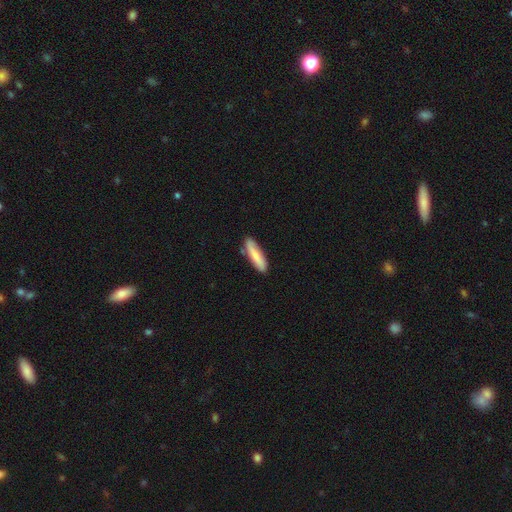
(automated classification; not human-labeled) A smooth galaxy with no disk features (76%) that is cigar-shaped (70%).

Vote fractions:
- Smooth or featured? smooth: 76% / featured or disk: 19% / star or artifact: 5%
- How rounded? cigar-shaped: 70% / in between: 28% / round: 1%
- Merging? none: 80% / minor disturbance: 14% / merger: 3% / major disturbance: 2%